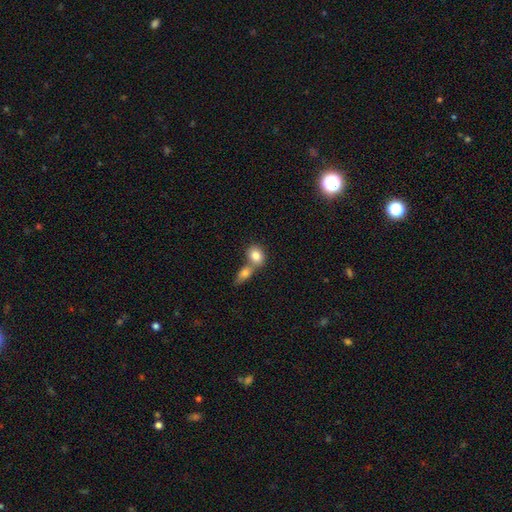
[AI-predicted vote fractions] smooth 82%, featured or disk 10%, star or artifact 8%. Down the decision tree: how rounded — in between (51%); merging — merger (55%).